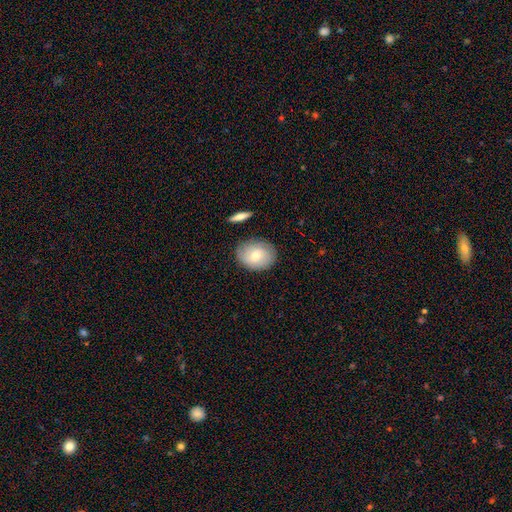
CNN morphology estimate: This is likely a smooth galaxy (69%). How rounded: likely in between (68%). Merging: clearly none (82%).